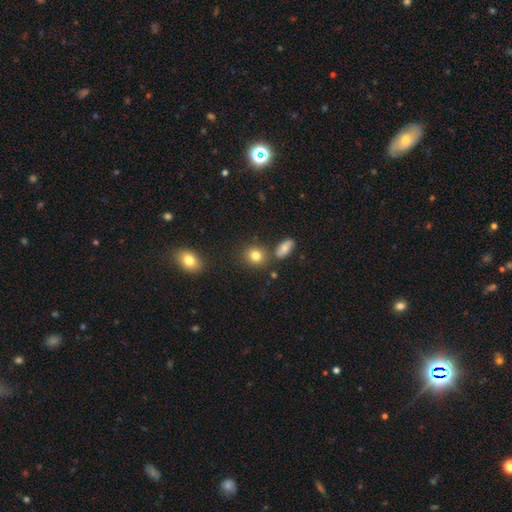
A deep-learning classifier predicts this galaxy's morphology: A smooth galaxy with no disk features (81%) that is round (71%). Merging: none (76%).